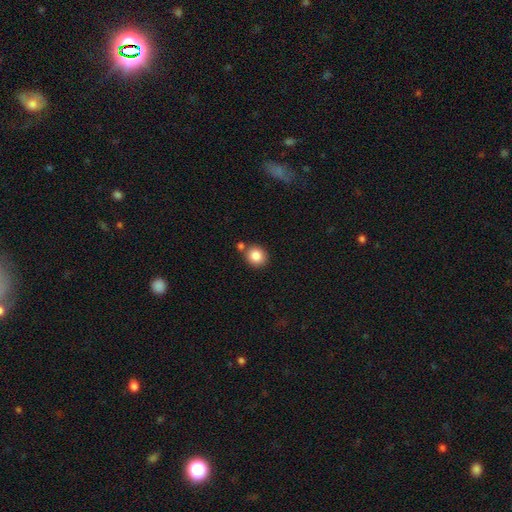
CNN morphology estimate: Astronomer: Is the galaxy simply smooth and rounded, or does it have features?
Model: smooth — 85%.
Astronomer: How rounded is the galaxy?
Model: round — 82%.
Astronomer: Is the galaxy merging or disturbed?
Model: none — 72%.